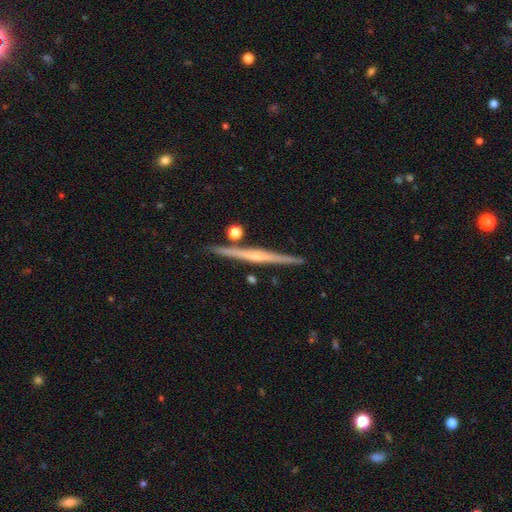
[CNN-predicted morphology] type=featured or disk (76%); edge-on=yes (98%); edge-on bulge=rounded (58%); merging=none (89%).